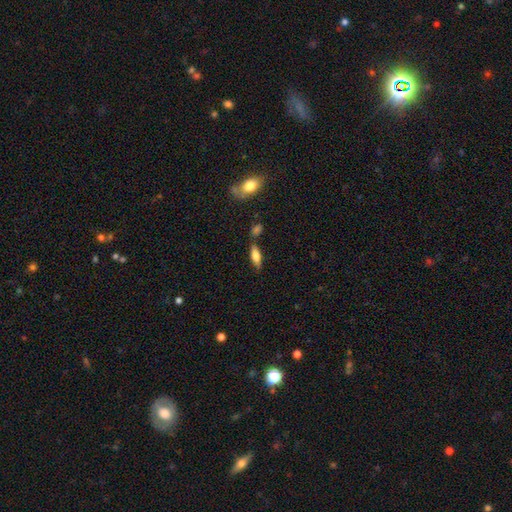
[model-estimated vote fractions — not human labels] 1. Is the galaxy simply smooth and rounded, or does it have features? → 67% smooth, 26% featured or disk, 7% star or artifact.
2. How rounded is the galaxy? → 60% in between, 38% cigar-shaped, 2% round.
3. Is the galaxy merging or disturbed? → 73% none, 14% minor disturbance, 9% merger, 4% major disturbance.